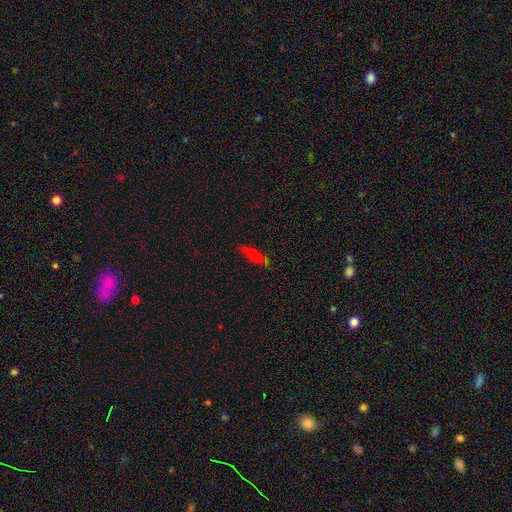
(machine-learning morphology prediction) A smooth galaxy with no disk features (67%) that is cigar-shaped (48%, tied with in between).

Vote fractions:
- Smooth or featured? smooth: 67% / star or artifact: 17% / featured or disk: 16%
- How rounded? cigar-shaped: 48% (tied) / in between: 48% (tied) / round: 4%
- Merging? none: 69% / minor disturbance: 20% / major disturbance: 6% / merger: 5%